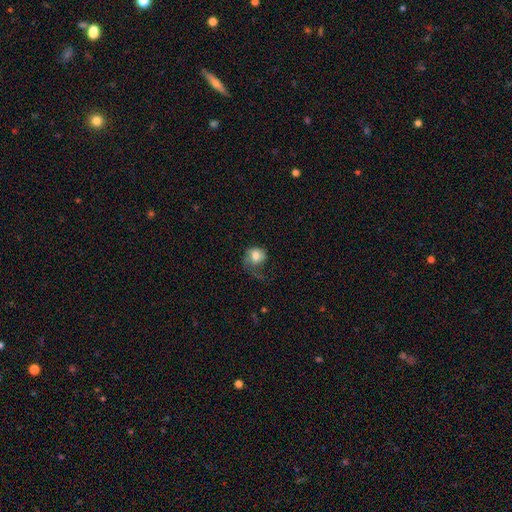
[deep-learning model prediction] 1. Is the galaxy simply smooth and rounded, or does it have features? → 68% smooth, 24% featured or disk, 8% star or artifact.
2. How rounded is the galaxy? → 62% round, 37% in between, 1% cigar-shaped.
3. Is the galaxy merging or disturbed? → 46% major disturbance, 29% none, 23% minor disturbance, 2% merger.